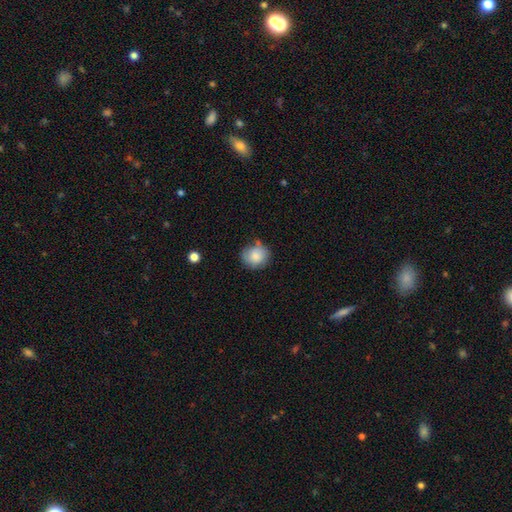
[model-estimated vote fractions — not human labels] Smooth or featured? smooth (83%)
How rounded? round (75%)
Merging? none (68%)